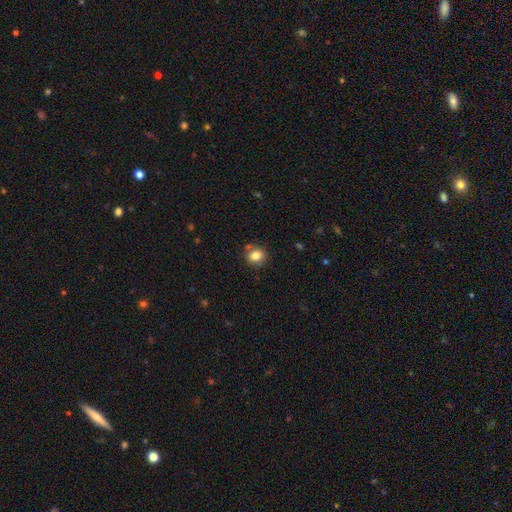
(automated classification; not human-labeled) This is clearly a smooth galaxy (82%). How rounded: likely round (77%). Merging: likely none (79%).